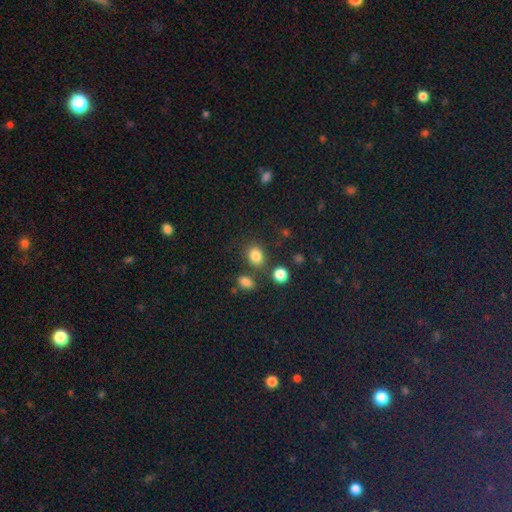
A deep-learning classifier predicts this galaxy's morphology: Q: Smooth or featured?
A: smooth (82%); runner-up: star or artifact (12%)
Q: How rounded?
A: round (55%); runner-up: in between (44%)
Q: Merging?
A: none (72%); runner-up: minor disturbance (12%)